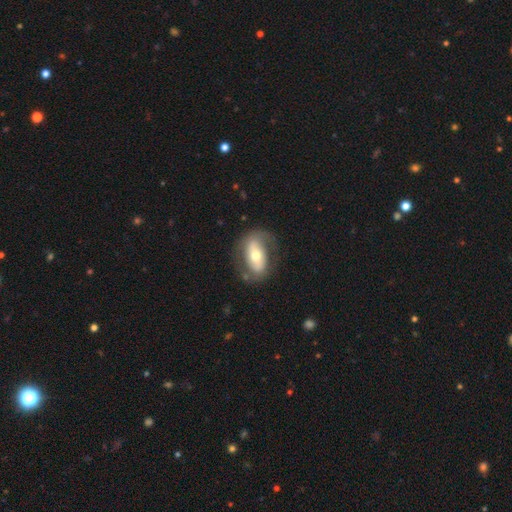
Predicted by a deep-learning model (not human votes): This is possibly a featured or disk galaxy (54%). It is clearly not viewed edge-on (89%). Merging: likely none (69%).